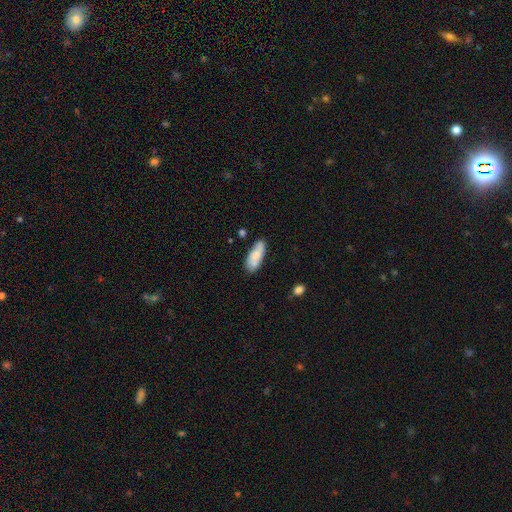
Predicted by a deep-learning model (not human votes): A smooth galaxy with no disk features (68%) that is in between round and cigar-shaped (72%). Merging: none (74%).